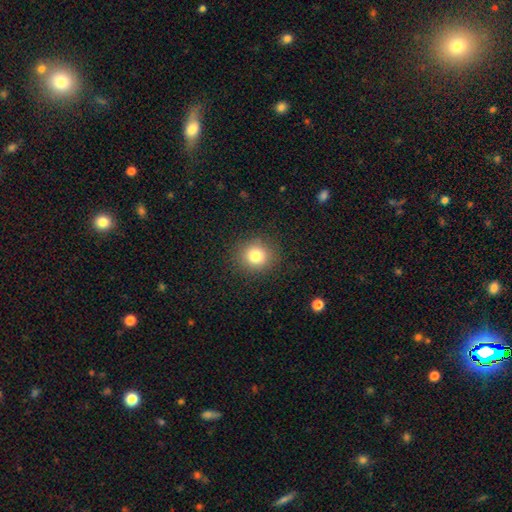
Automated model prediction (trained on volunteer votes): Smooth or featured: smooth — 80% (star or artifact — 12%)
How rounded: round — 87% (in between — 13%)
Merging: none — 89% (minor disturbance — 7%)